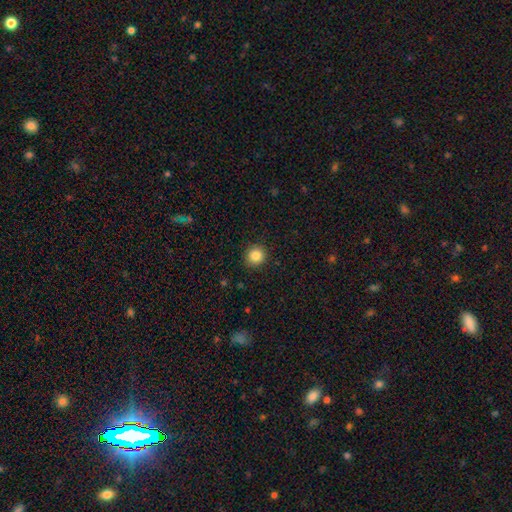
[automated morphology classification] smooth-or-featured: smooth: 86% | star or artifact: 10% | featured or disk: 4%
  how-rounded: round: 91% | in between: 8% | cigar-shaped: 1%
  merging: none: 91% | minor disturbance: 6% | major disturbance: 2% | merger: 1%